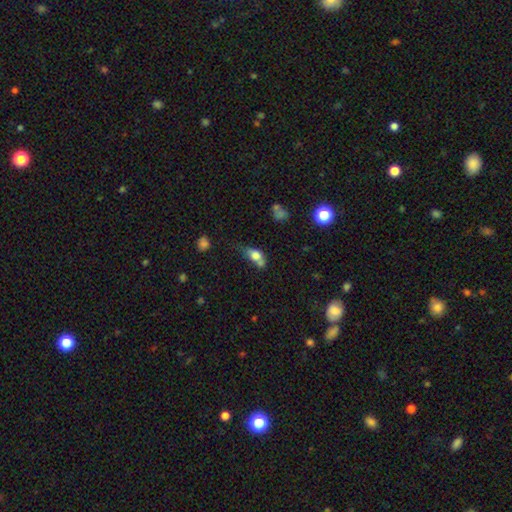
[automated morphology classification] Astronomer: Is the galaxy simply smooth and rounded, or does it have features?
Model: smooth — 71%.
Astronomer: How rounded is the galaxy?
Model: in between — 72%.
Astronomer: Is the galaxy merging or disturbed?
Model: merger — 32% (runner-up: none, 29%).